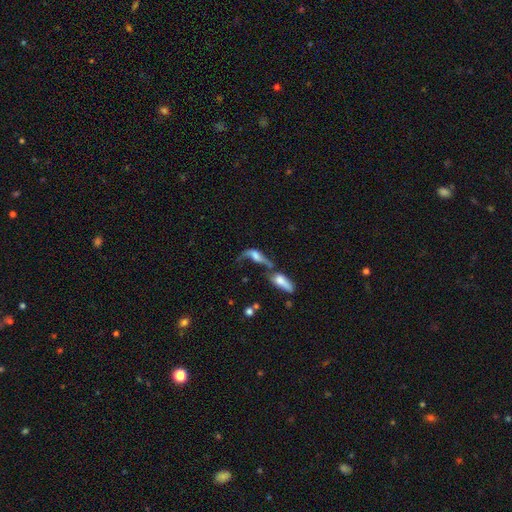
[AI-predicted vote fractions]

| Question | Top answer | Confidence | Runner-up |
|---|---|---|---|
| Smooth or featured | featured or disk | 53% | smooth (35%) |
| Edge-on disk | no | 74% | yes (26%) |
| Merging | merger | 62% | major disturbance (17%) |